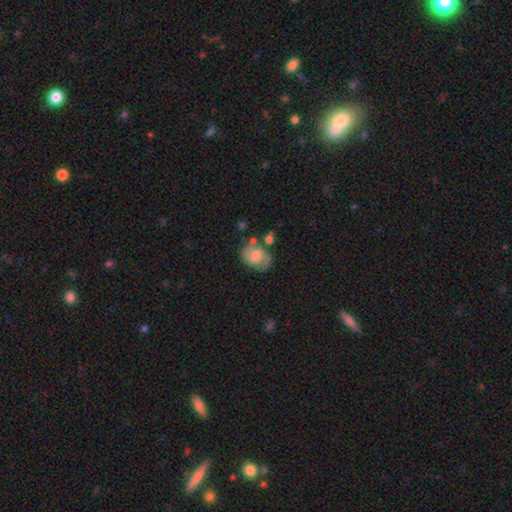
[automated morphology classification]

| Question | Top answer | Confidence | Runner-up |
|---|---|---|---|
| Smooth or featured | smooth | 60% | featured or disk (32%) |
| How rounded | in between | 64% | round (35%) |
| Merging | none | 55% | minor disturbance (23%) |